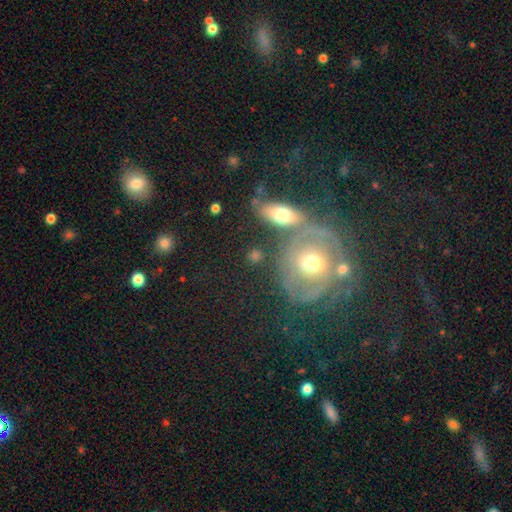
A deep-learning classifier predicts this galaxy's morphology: Q: Smooth or featured?
A: smooth (48%); runner-up: featured or disk (41%)
Q: Merging?
A: none (50%); runner-up: merger (27%)